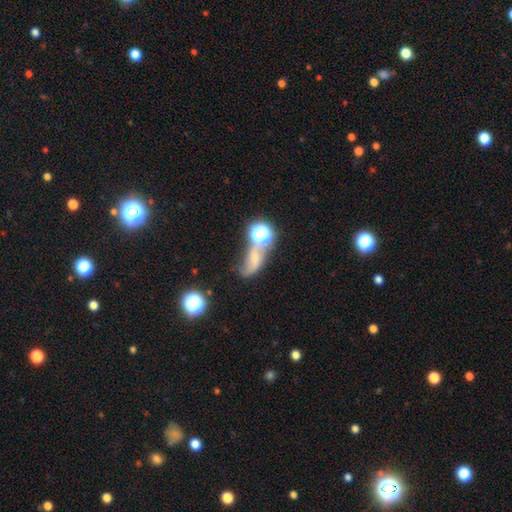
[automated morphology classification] smooth 40%, featured or disk 35%, star or artifact 24%. Down the decision tree: merging — merger (30%).